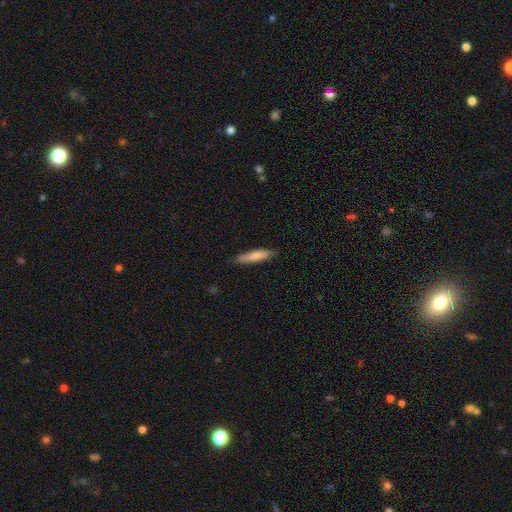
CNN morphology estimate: Overall: smooth (77%). How rounded: cigar-shaped (83%). Merging: none (85%).